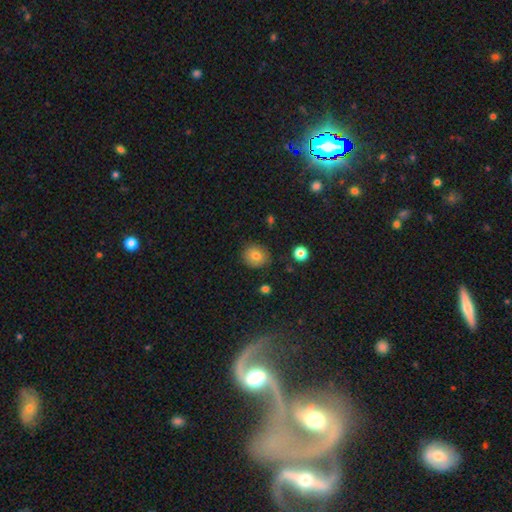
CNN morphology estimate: Smooth or featured? Predicted: smooth (p=0.79). How rounded? Predicted: round (p=0.81). Merging? Predicted: none (p=0.84).